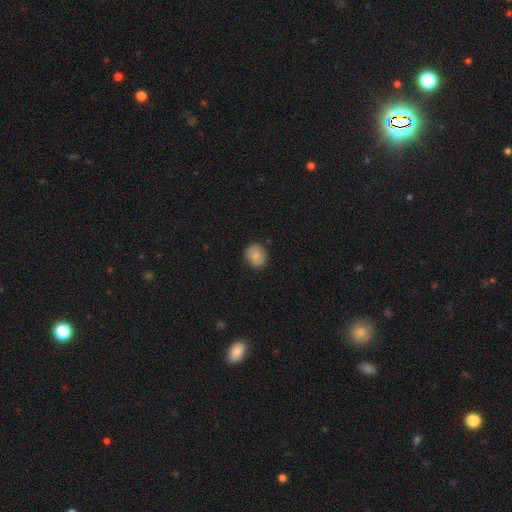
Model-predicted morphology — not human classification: This is likely a smooth galaxy (78%). How rounded: likely round (75%). Merging: clearly none (86%).